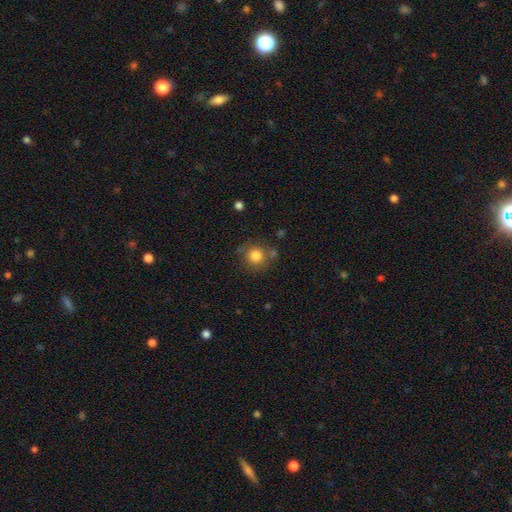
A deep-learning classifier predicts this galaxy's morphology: Q: Smooth or featured?
A: smooth (81%); runner-up: star or artifact (10%)
Q: How rounded?
A: round (91%); runner-up: in between (8%)
Q: Merging?
A: none (75%); runner-up: minor disturbance (14%)